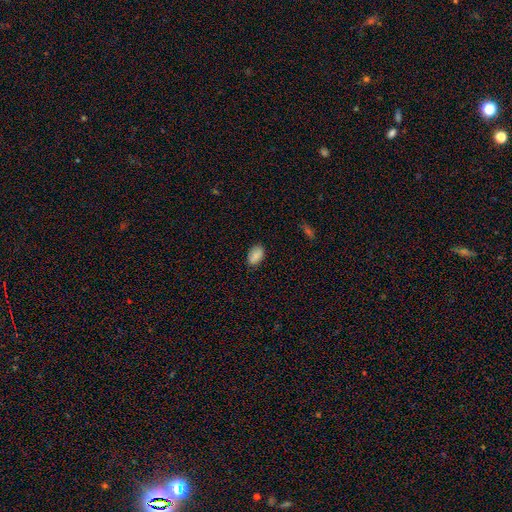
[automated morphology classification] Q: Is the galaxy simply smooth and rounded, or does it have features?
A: smooth — 87%.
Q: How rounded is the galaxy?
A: in between — 92%.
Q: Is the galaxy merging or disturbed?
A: none — 83%.